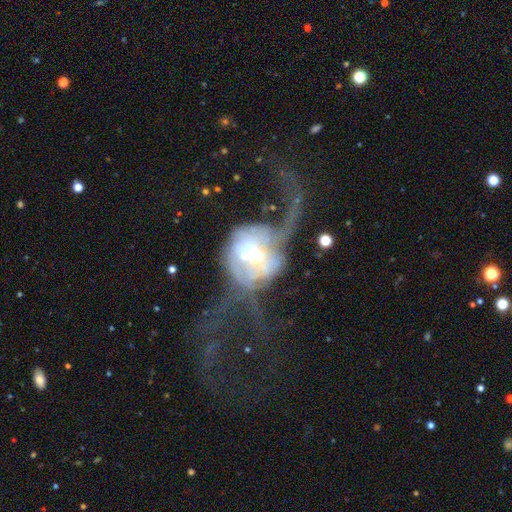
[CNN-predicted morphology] This is likely a featured or disk galaxy (62%). It is clearly not viewed edge-on (94%). Bar: likely no (74%). Spiral arm pattern: possibly no (59%). Central bulge: likely moderate (61%). Merging: possibly major disturbance (46%).